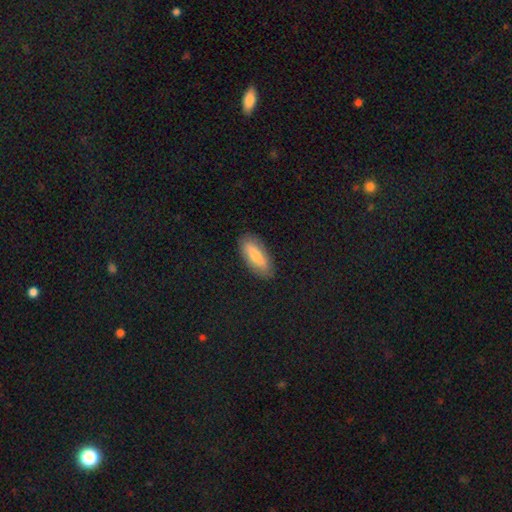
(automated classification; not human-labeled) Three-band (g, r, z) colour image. It shows a smooth galaxy with no disk features (70%) that is in between round and cigar-shaped (70%). Merging: none (86%).